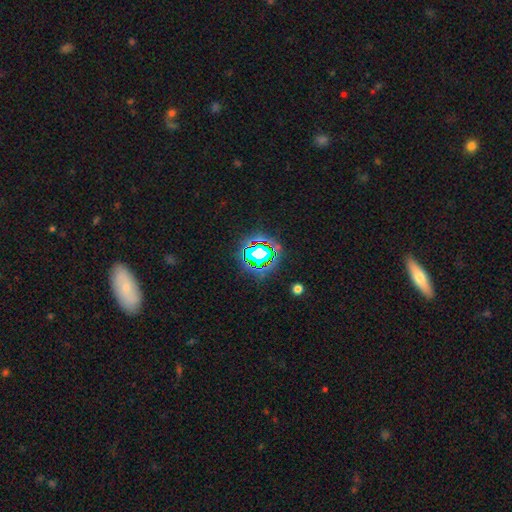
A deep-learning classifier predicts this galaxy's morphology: type=star or artifact (65%).